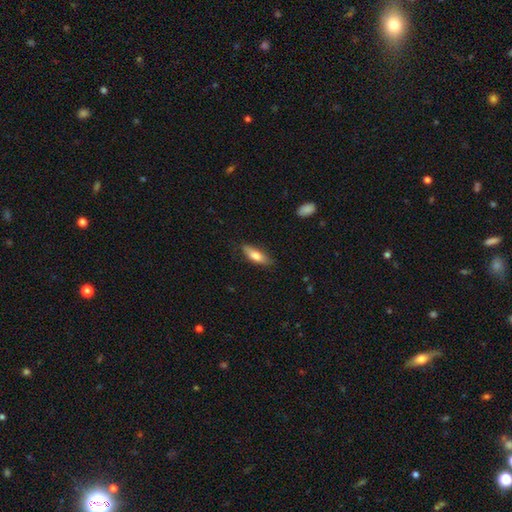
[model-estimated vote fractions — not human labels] Overall: smooth (72%). How rounded: in between (52%; cigar-shaped 45%). Merging: none (79%).